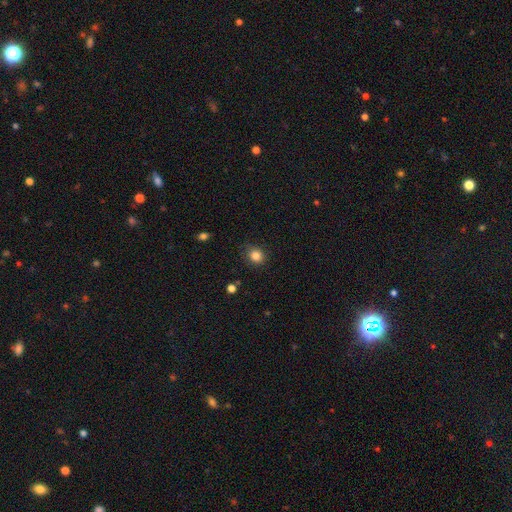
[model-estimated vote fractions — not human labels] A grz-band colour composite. It shows a smooth galaxy with no disk features (84%) that is round (69%). Merging: none (81%).